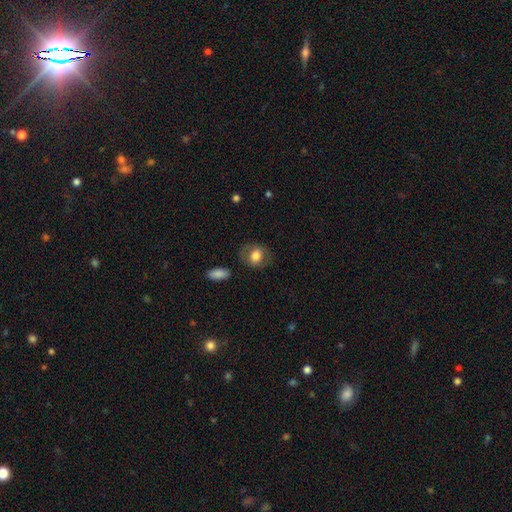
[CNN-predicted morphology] Q: Smooth or featured?
A: smooth (72%); runner-up: featured or disk (21%)
Q: How rounded?
A: in between (54%); runner-up: round (45%)
Q: Merging?
A: none (76%); runner-up: minor disturbance (14%)